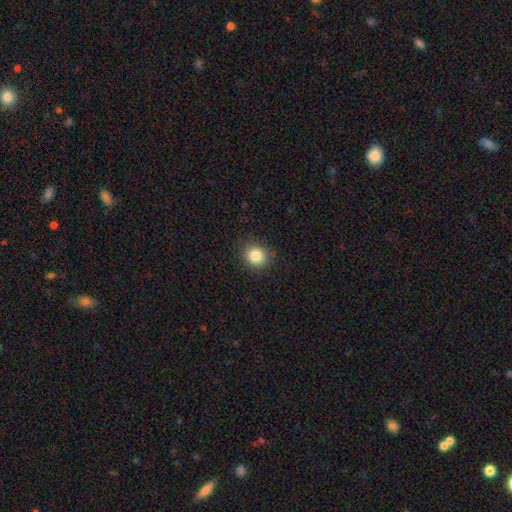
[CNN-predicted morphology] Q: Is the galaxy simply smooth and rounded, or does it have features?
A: smooth — 84%.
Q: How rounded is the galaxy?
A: round — 85%.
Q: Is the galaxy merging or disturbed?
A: none — 89%.